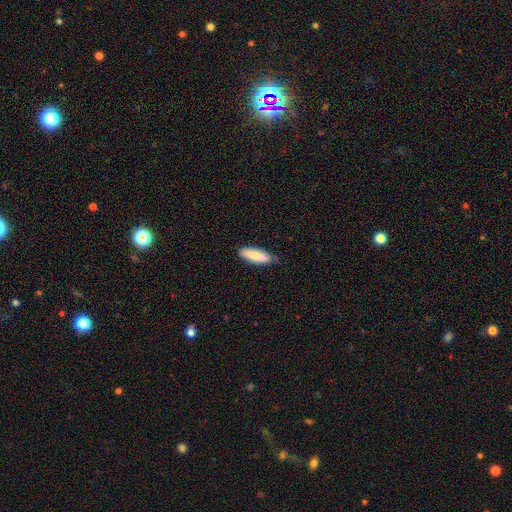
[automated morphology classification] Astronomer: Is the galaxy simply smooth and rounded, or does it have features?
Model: smooth — 82%.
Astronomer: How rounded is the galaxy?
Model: in between — 59% (runner-up: cigar-shaped, 40%).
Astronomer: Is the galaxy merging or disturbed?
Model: none — 76%.